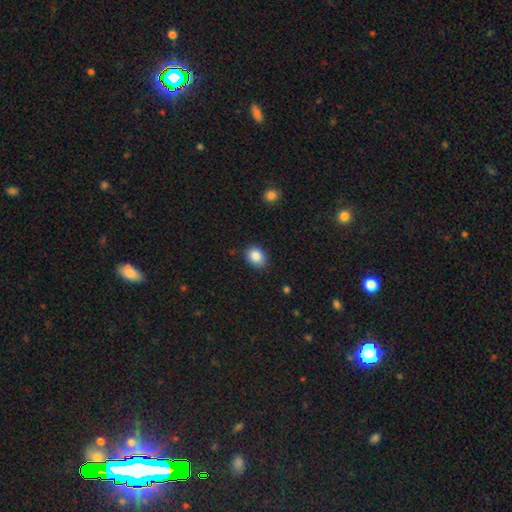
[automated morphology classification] smooth-or-featured: smooth: 86% | star or artifact: 9% | featured or disk: 5%
  how-rounded: in between: 60% | round: 39% | cigar-shaped: 1%
  merging: none: 85% | minor disturbance: 12% | major disturbance: 2% | merger: 1%